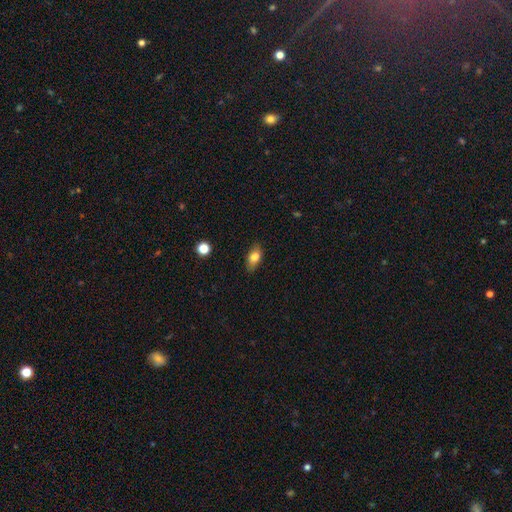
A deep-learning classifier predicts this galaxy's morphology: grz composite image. It shows a smooth galaxy with no disk features (78%) that is in between round and cigar-shaped (85%). Merging: none (82%).